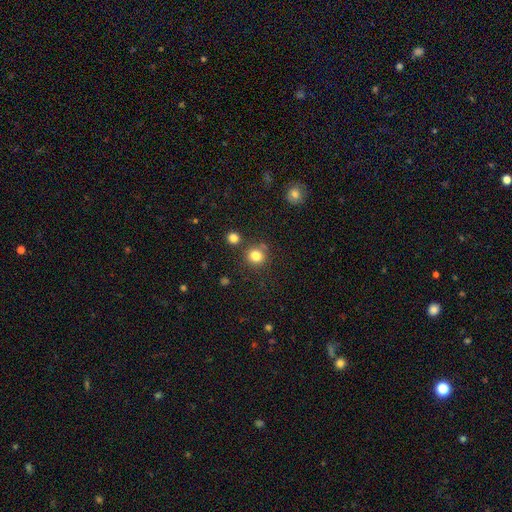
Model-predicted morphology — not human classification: This is clearly a smooth galaxy (81%). How rounded: clearly round (89%). Merging: likely none (78%).